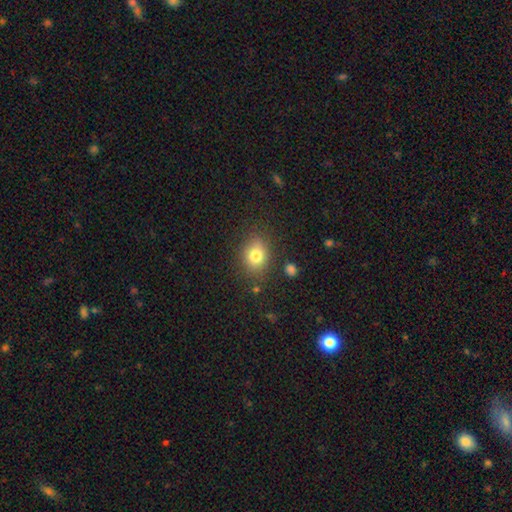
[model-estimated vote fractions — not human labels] smooth-or-featured: smooth: 80% | star or artifact: 11% | featured or disk: 9%
  how-rounded: in between: 51% | round: 48% | cigar-shaped: 1%
  merging: none: 80% | minor disturbance: 13% | major disturbance: 4% | merger: 3%